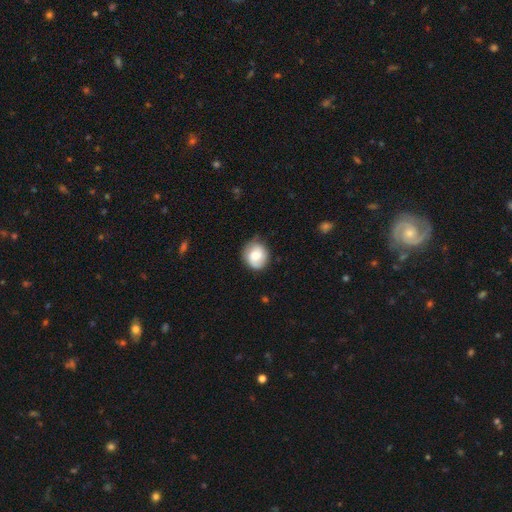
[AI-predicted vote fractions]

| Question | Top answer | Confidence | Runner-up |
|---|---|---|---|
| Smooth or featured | smooth | 70% | featured or disk (22%) |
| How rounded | round | 78% | in between (21%) |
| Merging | none | 71% | minor disturbance (22%) |